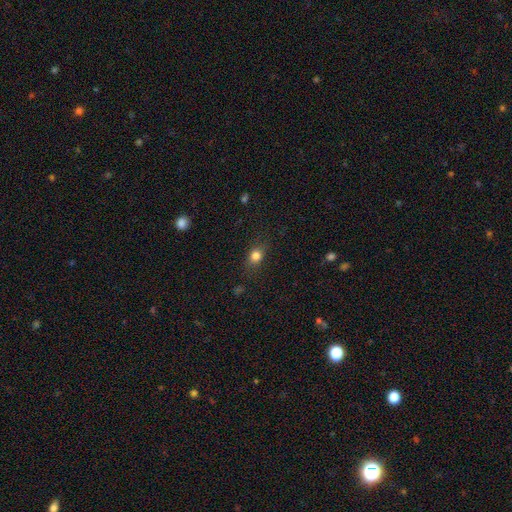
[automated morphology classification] A smooth galaxy with no disk features (80%) that is round (49%). Merging: none (80%).